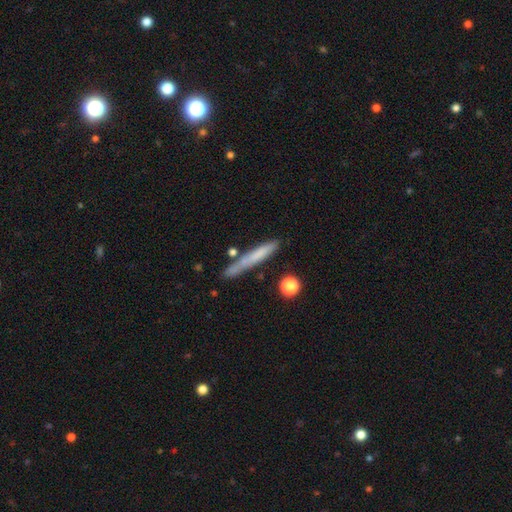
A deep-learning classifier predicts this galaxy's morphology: Smooth or featured?
  - smooth: 62% *
  - featured or disk: 30%
  - star or artifact: 8%
How rounded?
  - cigar-shaped: 94% *
  - in between: 5%
  - round: 2%
Merging?
  - none: 72% *
  - minor disturbance: 17%
  - merger: 7%
  - major disturbance: 4%